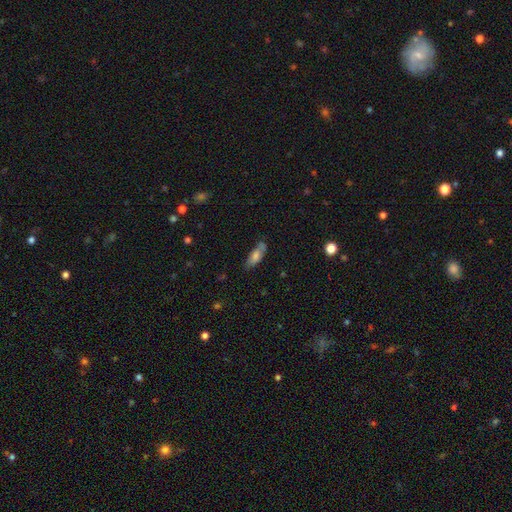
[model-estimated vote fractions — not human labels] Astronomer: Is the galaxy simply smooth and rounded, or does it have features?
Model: smooth — 69%.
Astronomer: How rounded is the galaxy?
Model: in between — 68%.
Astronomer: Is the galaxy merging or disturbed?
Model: none — 61%.